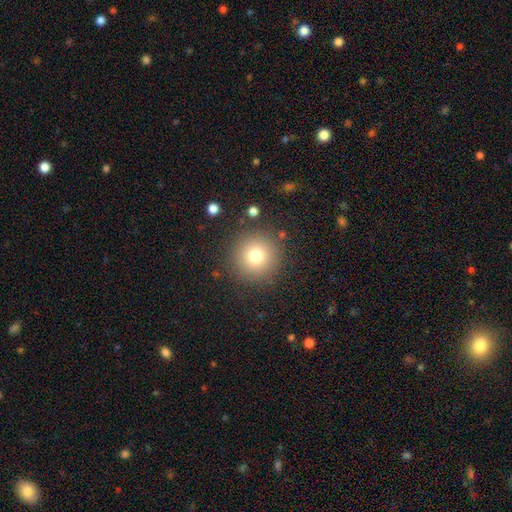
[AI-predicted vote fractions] Smooth or featured? smooth (76%)
How rounded? round (96%)
Merging? none (89%)